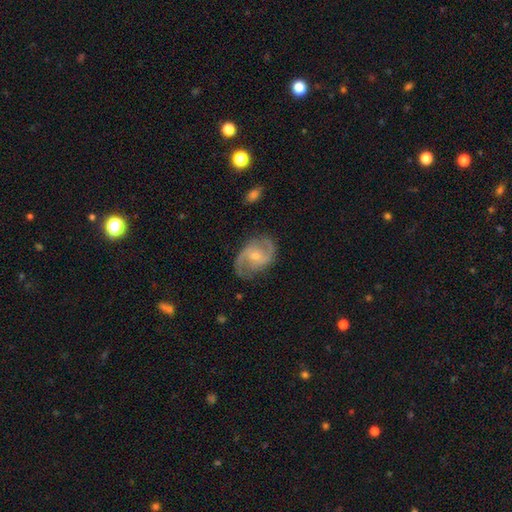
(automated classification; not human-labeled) This appears to be a featured or disk galaxy (84%) with no bar (51%), 2 (88%) medium (53%) spiral arms (94%) and a small central bulge (53%). Merging: none (75%).